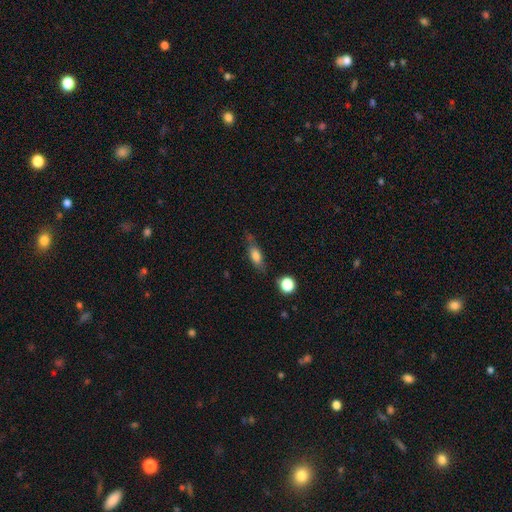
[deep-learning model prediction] A smooth galaxy with no disk features (71%) that is in between round and cigar-shaped (65%). Merging: none (63%).